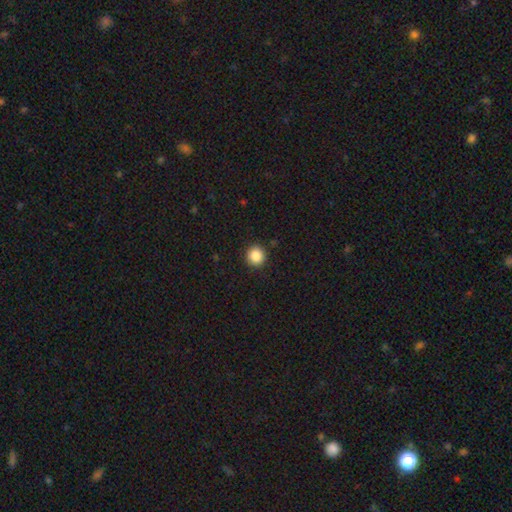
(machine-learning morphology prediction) Smooth or featured: smooth — 87% (star or artifact — 10%)
How rounded: round — 93% (in between — 6%)
Merging: none — 91% (minor disturbance — 6%)